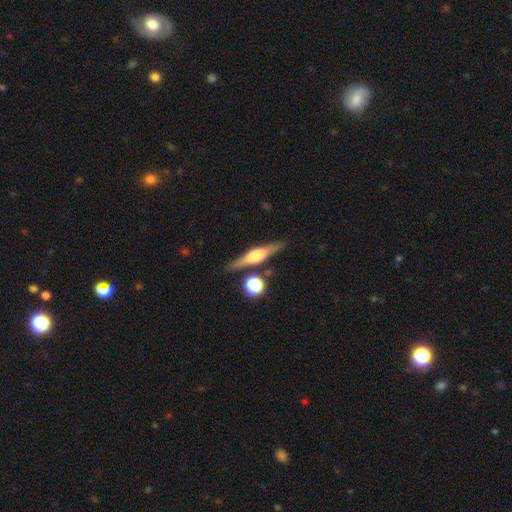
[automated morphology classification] featured or disk 69%, smooth 24%, star or artifact 7%. Down the decision tree: edge-on disk — yes (96%); edge-on bulge — rounded (84%); merging — none (84%).